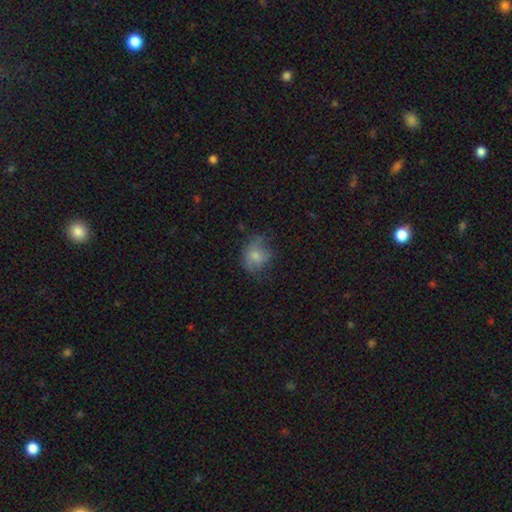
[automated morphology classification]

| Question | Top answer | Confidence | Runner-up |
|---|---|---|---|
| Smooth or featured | smooth | 68% | featured or disk (22%) |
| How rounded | round | 63% | in between (36%) |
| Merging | none | 50% | minor disturbance (29%) |